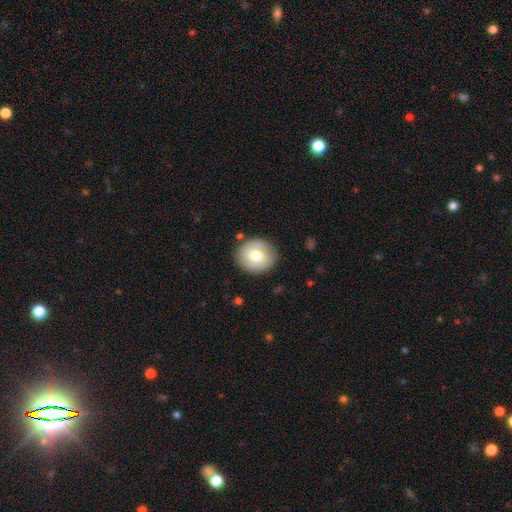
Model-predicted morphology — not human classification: type=smooth (64%); roundness=round (70%); merging=none (84%).